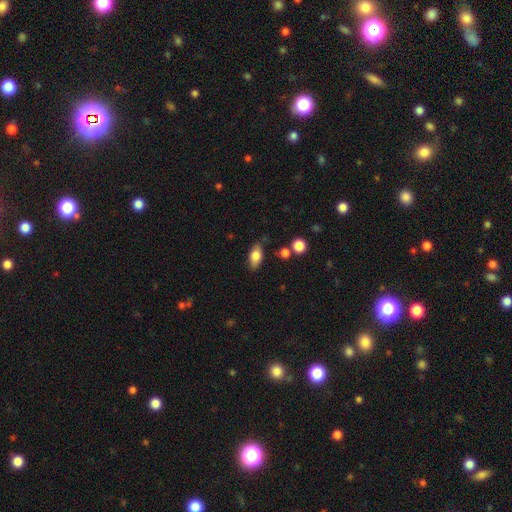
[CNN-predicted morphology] Smooth or featured? Predicted: smooth (p=0.80). How rounded? Predicted: in between (p=0.88). Merging? Predicted: none (p=0.79).